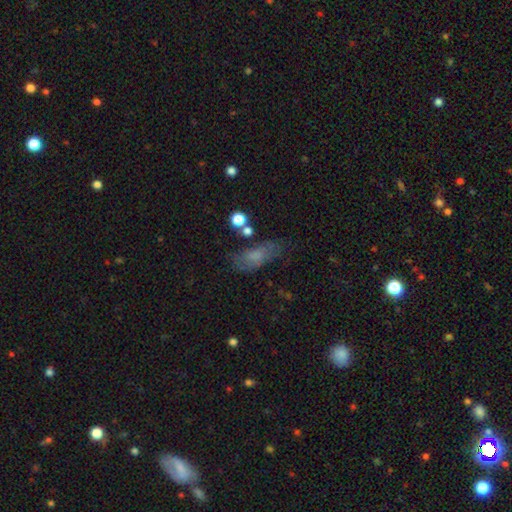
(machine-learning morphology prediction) smooth_or_featured: smooth (p=0.60) [alt: featured or disk p=0.27]
how_rounded: in between (p=0.80) [alt: cigar-shaped p=0.13]
merging: none (p=0.54) [alt: minor disturbance p=0.26]